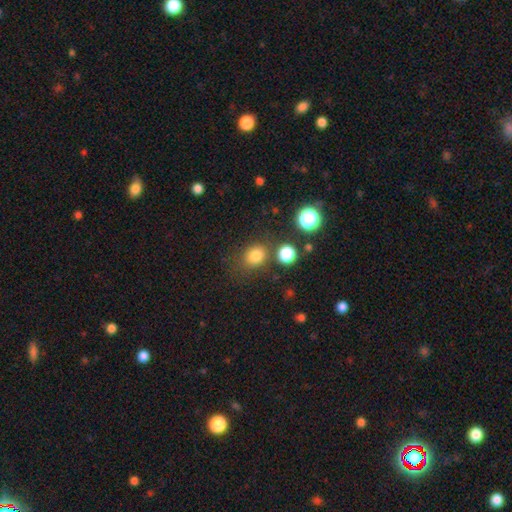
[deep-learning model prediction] smooth 79%, star or artifact 15%, featured or disk 6%. Down the decision tree: how rounded — round (66%); merging — none (72%).